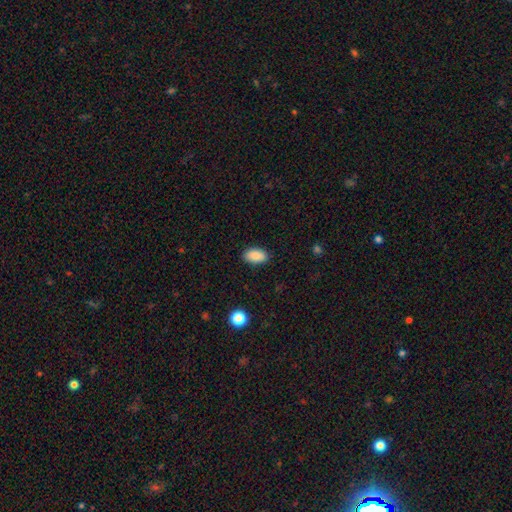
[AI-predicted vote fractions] Overall: smooth (88%). How rounded: in between (94%). Merging: none (88%).